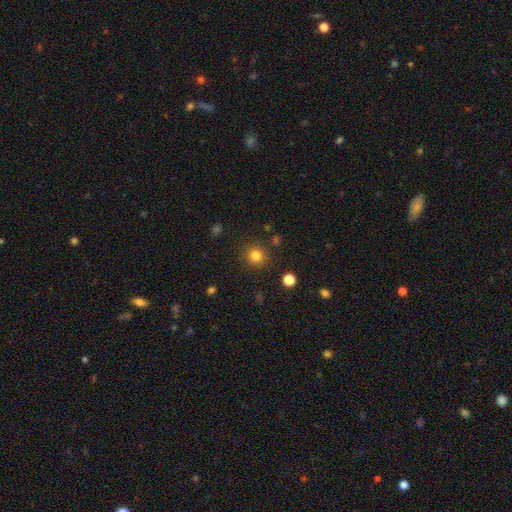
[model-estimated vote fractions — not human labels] A smooth galaxy with no disk features (81%) that is round (93%). Merging: none (89%).